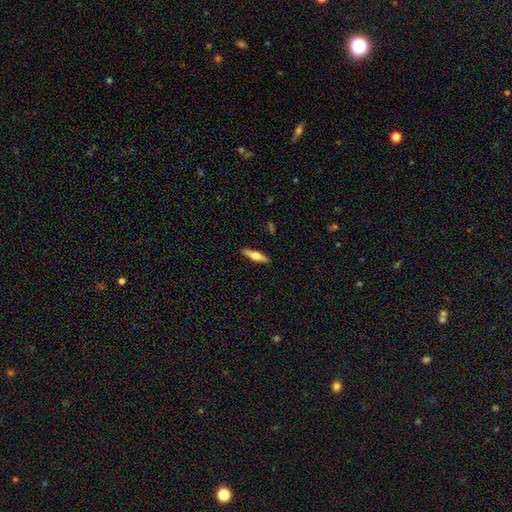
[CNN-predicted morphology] Overall: featured or disk (50%; smooth 44%). Edge-on disk: yes (94%). Merging: none (90%).